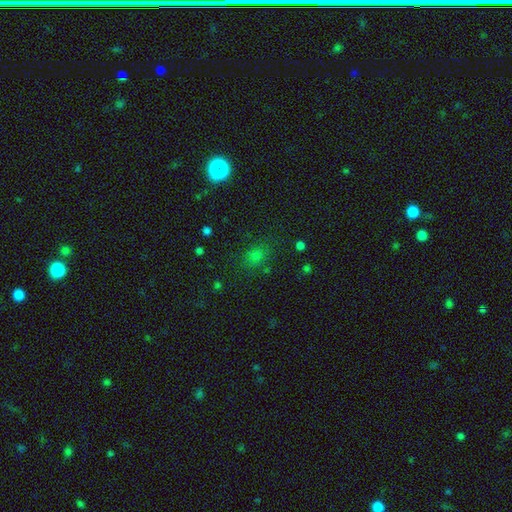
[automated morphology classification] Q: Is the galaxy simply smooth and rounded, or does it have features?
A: smooth — 63%.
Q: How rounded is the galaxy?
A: round — 61%.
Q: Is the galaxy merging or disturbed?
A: none — 78%.